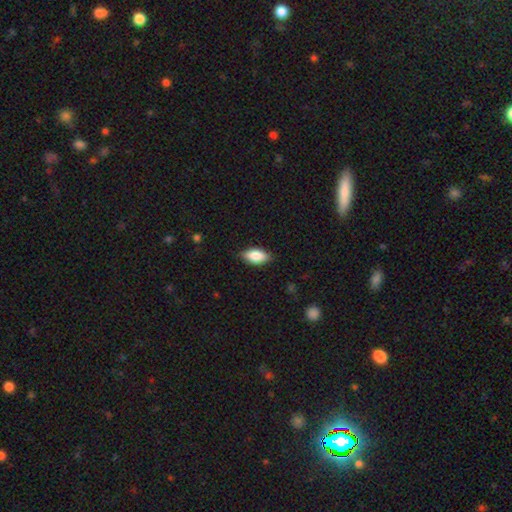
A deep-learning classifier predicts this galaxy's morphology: type=smooth (83%); roundness=in between (90%); merging=none (84%).